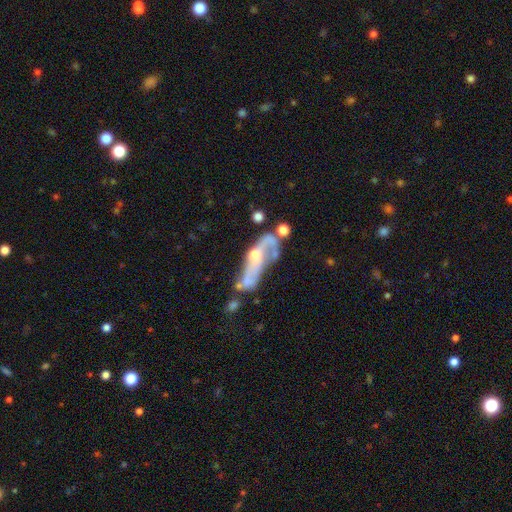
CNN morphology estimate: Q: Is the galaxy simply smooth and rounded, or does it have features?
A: featured or disk — 62%.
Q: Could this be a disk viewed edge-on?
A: no — 87%.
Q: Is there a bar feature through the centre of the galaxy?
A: no — 75%.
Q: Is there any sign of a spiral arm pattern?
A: no — 59%.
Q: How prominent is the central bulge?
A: small — 47%.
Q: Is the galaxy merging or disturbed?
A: merger — 34%.